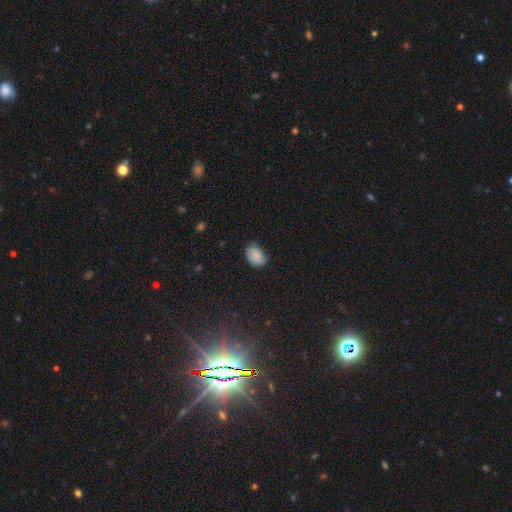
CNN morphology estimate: A smooth galaxy with no disk features (79%) that is in between round and cigar-shaped (79%). Merging: none (66%).